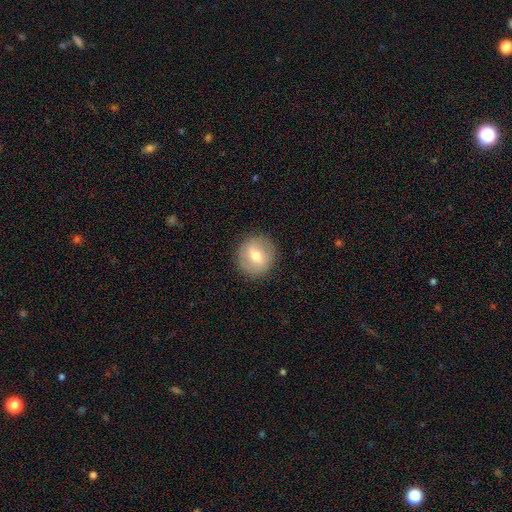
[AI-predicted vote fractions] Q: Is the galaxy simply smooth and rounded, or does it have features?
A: smooth — 62%.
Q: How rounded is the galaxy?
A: round — 91%.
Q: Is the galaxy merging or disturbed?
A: none — 89%.